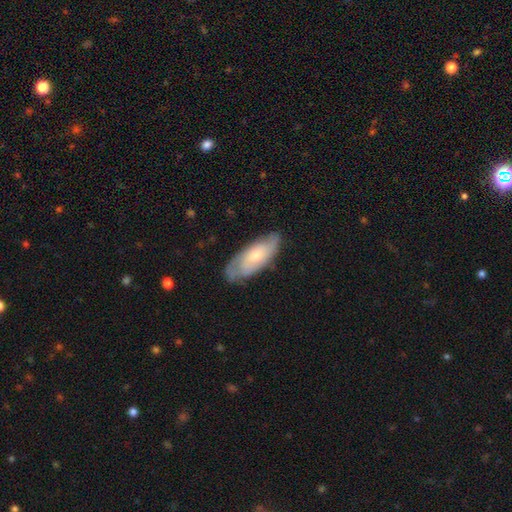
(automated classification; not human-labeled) This appears to be a featured or disk galaxy (55%). Merging: none (73%).